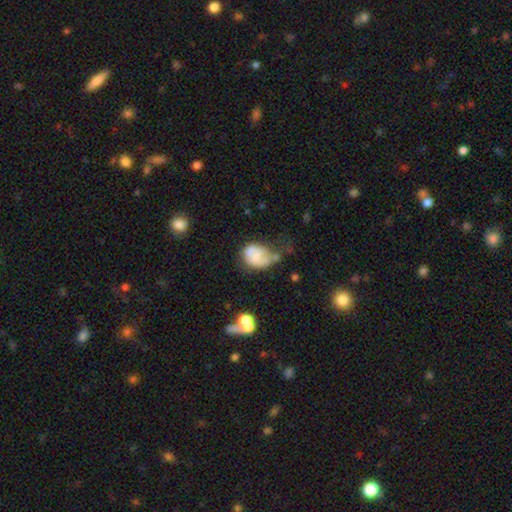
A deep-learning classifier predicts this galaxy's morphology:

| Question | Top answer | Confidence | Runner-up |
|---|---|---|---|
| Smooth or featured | smooth | 46% | featured or disk (45%) |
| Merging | minor disturbance | 31% | major disturbance (30%) |